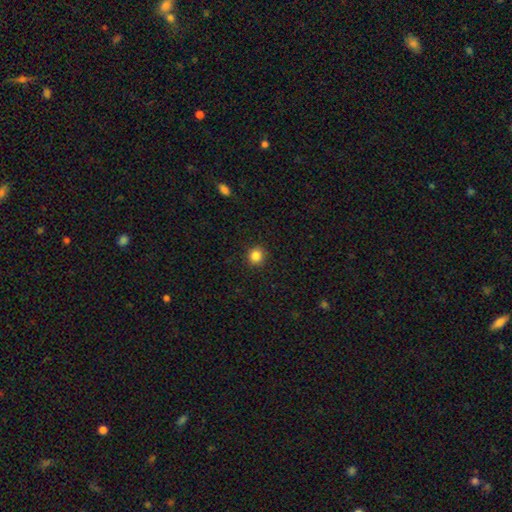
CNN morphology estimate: type=smooth (85%); roundness=round (89%); merging=none (92%).